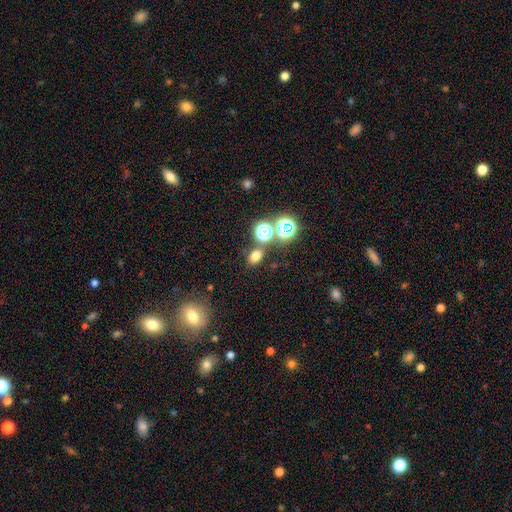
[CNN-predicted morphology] Smooth or featured? Predicted: smooth (p=0.70). How rounded? Predicted: in between (p=0.63). Merging? Predicted: none (p=0.76).